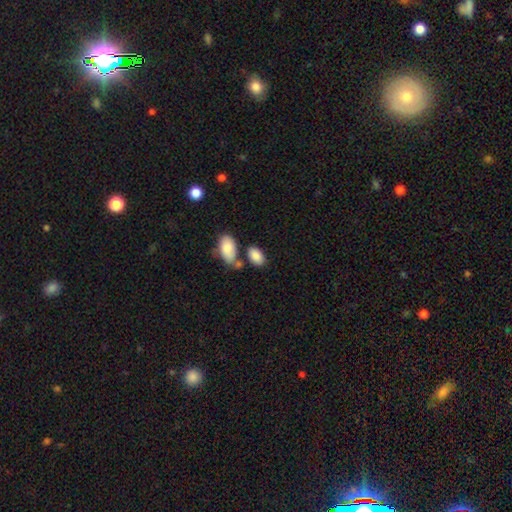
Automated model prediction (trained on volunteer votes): Morphology: type=smooth (86%); roundness=in between (92%); merging=none (53%).